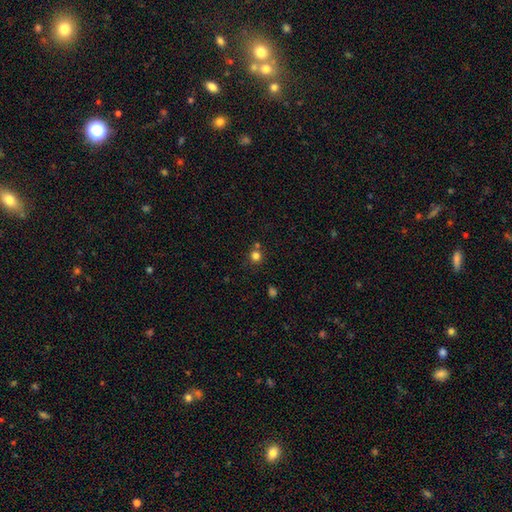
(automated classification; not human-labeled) This is likely a smooth galaxy (79%). How rounded: clearly round (92%). Merging: likely none (70%).